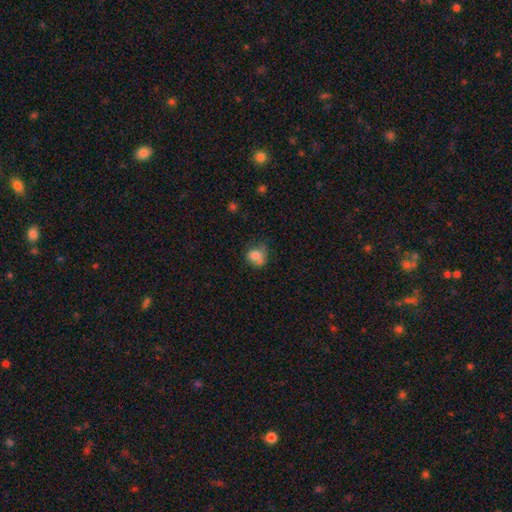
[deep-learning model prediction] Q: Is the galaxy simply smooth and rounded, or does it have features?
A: smooth — 76%.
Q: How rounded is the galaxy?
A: round — 59%.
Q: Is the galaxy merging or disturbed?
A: none — 42%.